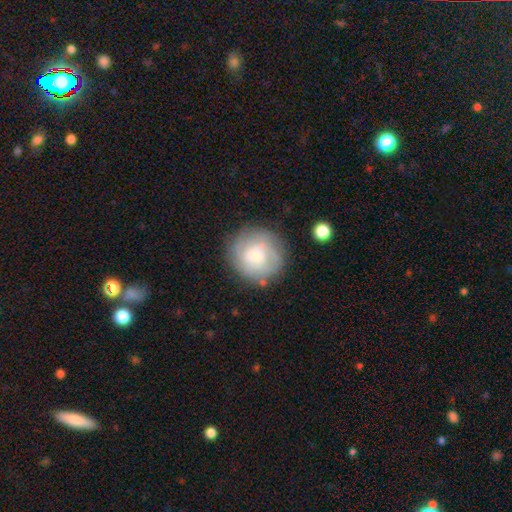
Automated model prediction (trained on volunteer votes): Q: Smooth or featured?
A: featured or disk (47%); runner-up: smooth (44%)
Q: Merging?
A: none (79%); runner-up: minor disturbance (14%)